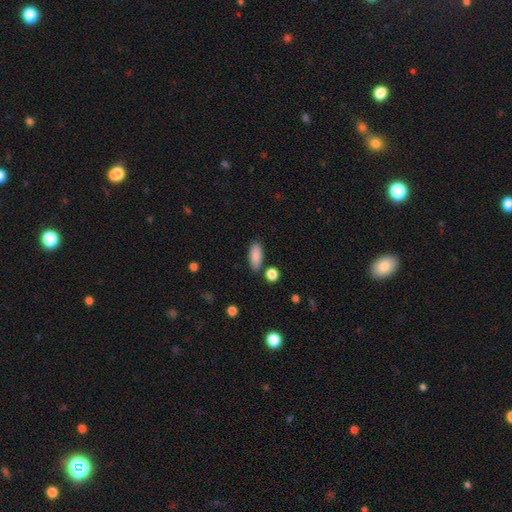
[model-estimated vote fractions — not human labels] Smooth or featured?
  - smooth: 88% *
  - star or artifact: 7%
  - featured or disk: 5%
How rounded?
  - in between: 82% *
  - cigar-shaped: 15%
  - round: 3%
Merging?
  - none: 83% *
  - minor disturbance: 10%
  - merger: 4%
  - major disturbance: 3%